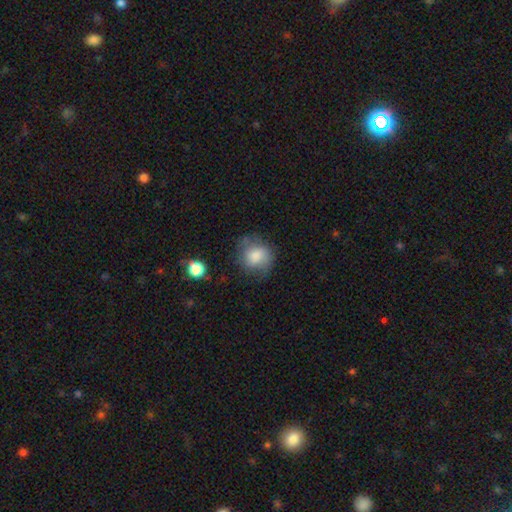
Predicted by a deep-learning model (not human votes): A smooth galaxy with no disk features (70%) that is round (76%). Merging: none (64%).